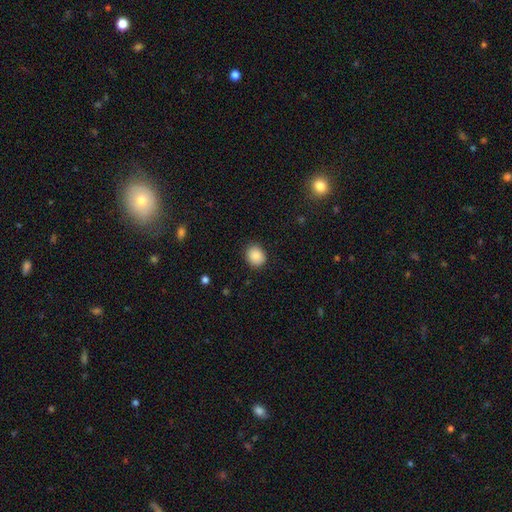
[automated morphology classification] Smooth or featured? Predicted: smooth (p=0.86). How rounded? Predicted: round (p=0.61). Merging? Predicted: none (p=0.87).